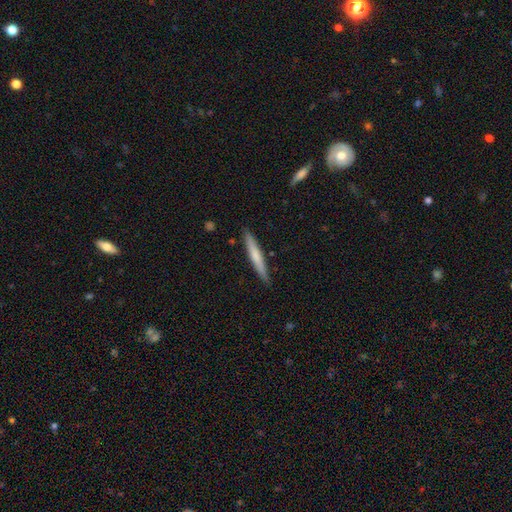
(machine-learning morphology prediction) This appears to be a smooth galaxy with no disk features (61%) that is cigar-shaped (95%). Merging: none (89%).